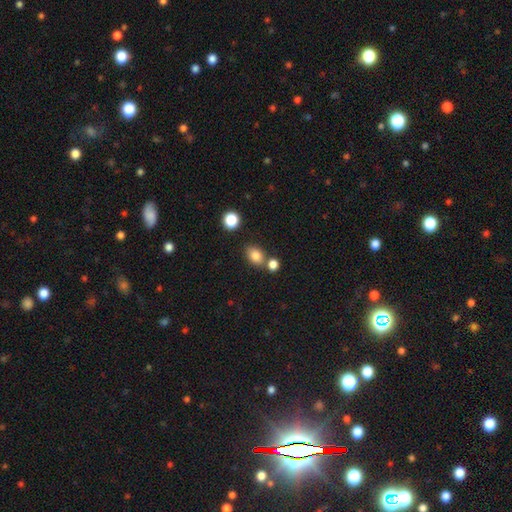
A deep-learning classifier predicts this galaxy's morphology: Smooth or featured? Predicted: smooth (p=0.82). How rounded? Predicted: in between (p=0.64). Merging? Predicted: none (p=0.67).